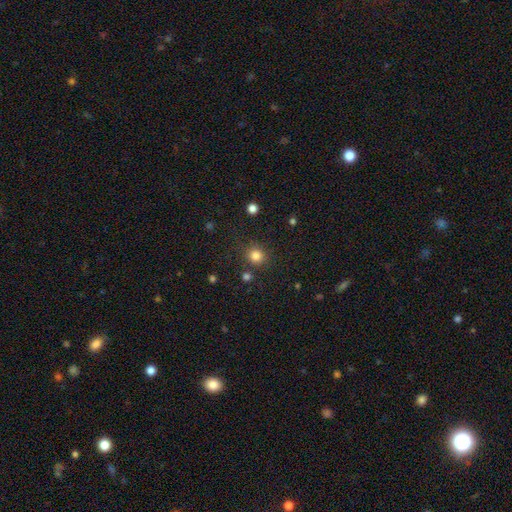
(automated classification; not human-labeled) Overall: smooth (82%). How rounded: round (90%). Merging: none (83%).